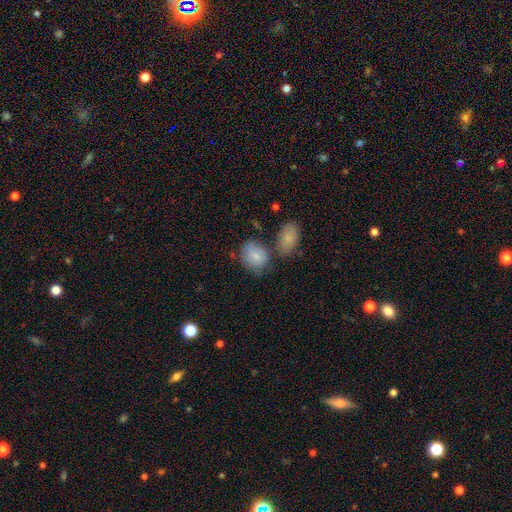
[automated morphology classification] smooth-or-featured: smooth: 81% | featured or disk: 12% | star or artifact: 7%
  how-rounded: in between: 54% | round: 45% | cigar-shaped: 1%
  merging: none: 55% | minor disturbance: 21% | merger: 17% | major disturbance: 7%